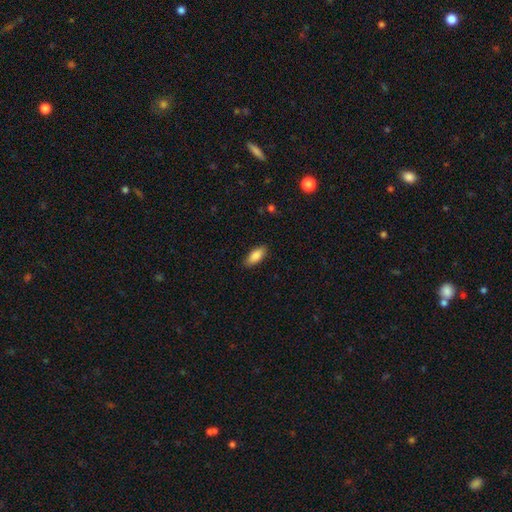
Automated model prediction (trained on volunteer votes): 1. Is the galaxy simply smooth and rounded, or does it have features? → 86% smooth, 7% featured or disk, 6% star or artifact.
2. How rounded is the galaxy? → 84% in between, 14% cigar-shaped, 2% round.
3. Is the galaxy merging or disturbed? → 87% none, 10% minor disturbance, 2% major disturbance, 1% merger.